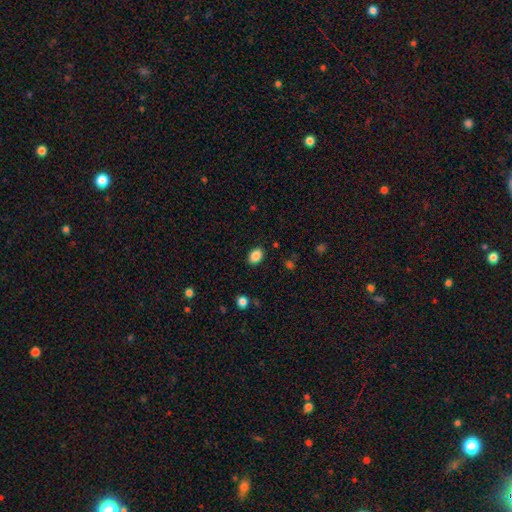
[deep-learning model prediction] Smooth or featured? Predicted: smooth (p=0.87). How rounded? Predicted: in between (p=0.72). Merging? Predicted: none (p=0.87).